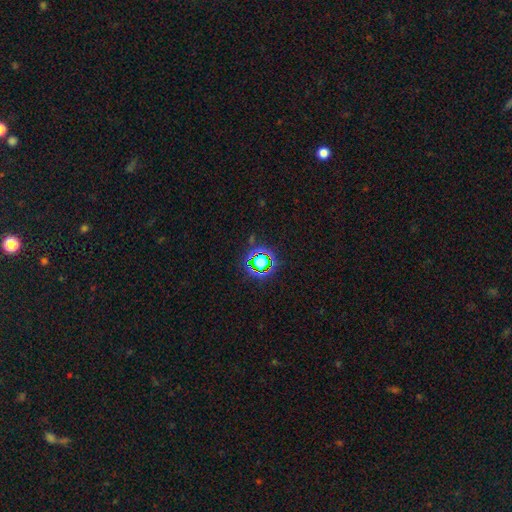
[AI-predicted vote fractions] smooth_or_featured: star or artifact (p=0.75) [alt: smooth p=0.16]